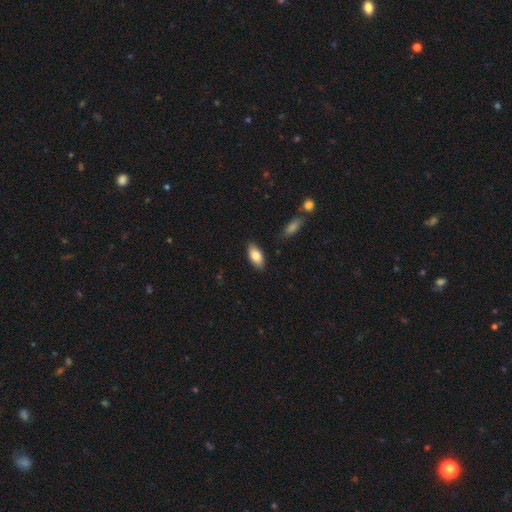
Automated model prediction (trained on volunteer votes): This appears to be a smooth galaxy with no disk features (81%) that is in between round and cigar-shaped (90%). Merging: none (87%).